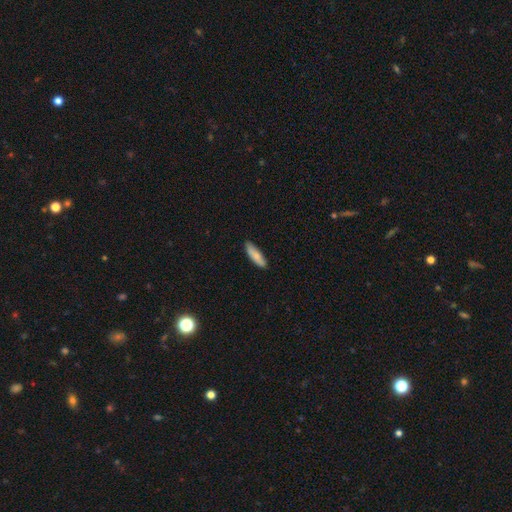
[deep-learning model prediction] A smooth galaxy with no disk features (85%) that is cigar-shaped (62%). Merging: none (88%).